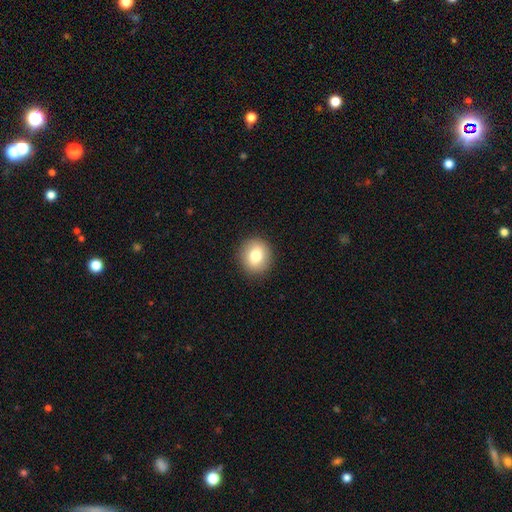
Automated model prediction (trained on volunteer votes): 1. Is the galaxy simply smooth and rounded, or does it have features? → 78% smooth, 12% featured or disk, 9% star or artifact.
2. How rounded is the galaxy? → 83% round, 16% in between, 1% cigar-shaped.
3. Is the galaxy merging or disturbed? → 91% none, 6% minor disturbance, 2% major disturbance, 1% merger.